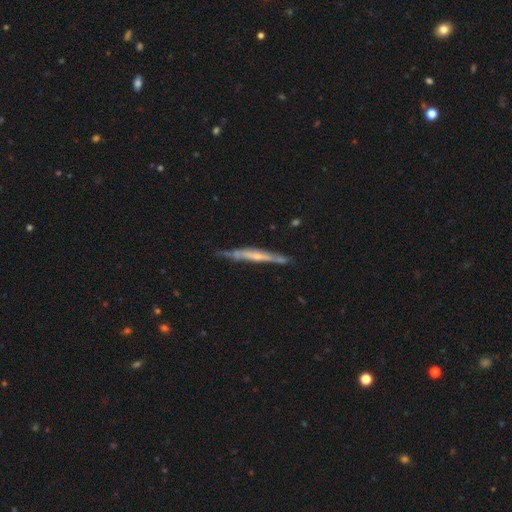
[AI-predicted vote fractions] The model was most divided on "edge-on bulge": none: 49%, rounded: 39%, boxy: 12%. More confident: edge-on disk — yes (89%); smooth or featured — featured or disk (66%); merging — none (64%).